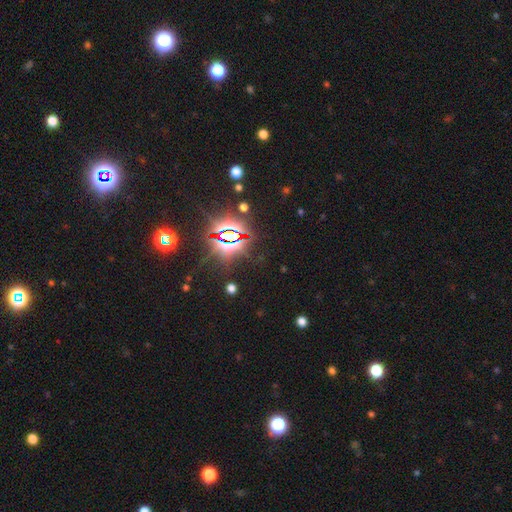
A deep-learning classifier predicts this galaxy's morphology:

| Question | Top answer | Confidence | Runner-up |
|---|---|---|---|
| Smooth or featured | star or artifact | 83% | smooth (9%) |